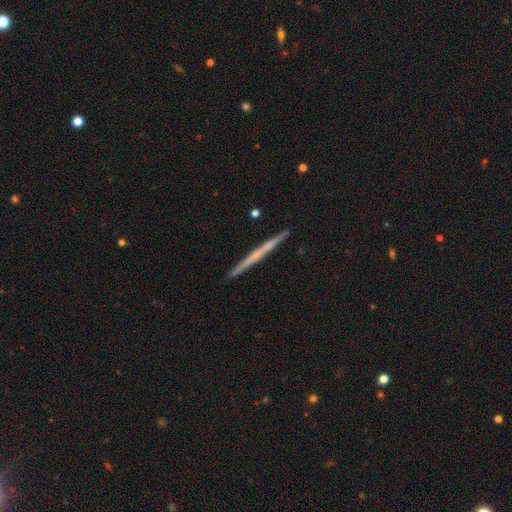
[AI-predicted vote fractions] The model was most divided on "smooth or featured": featured or disk: 60%, smooth: 34%, star or artifact: 6%. More confident: edge-on disk — yes (98%); merging — none (92%); edge-on bulge — none (80%).